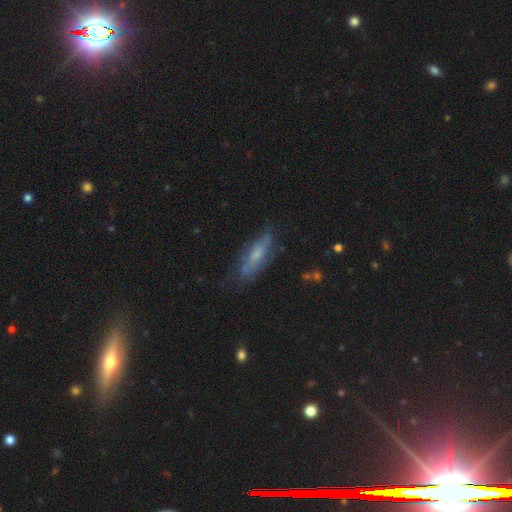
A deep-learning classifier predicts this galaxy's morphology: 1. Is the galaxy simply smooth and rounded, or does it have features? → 51% smooth, 40% featured or disk, 8% star or artifact.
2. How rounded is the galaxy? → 54% cigar-shaped, 44% in between, 2% round.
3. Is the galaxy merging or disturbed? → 65% none, 24% minor disturbance, 8% major disturbance, 3% merger.